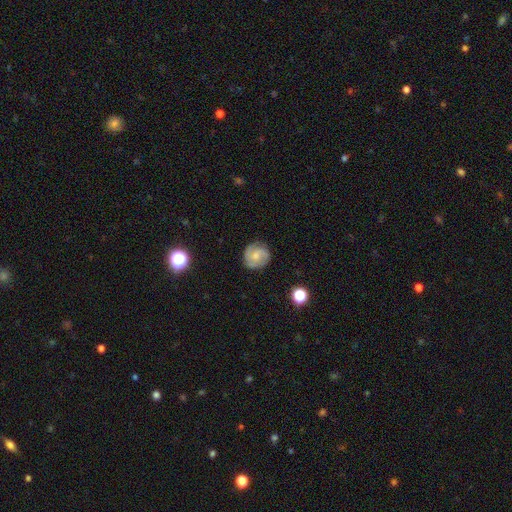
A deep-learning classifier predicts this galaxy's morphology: featured or disk 57%, smooth 34%, star or artifact 8%. Down the decision tree: edge-on disk — no (98%); bar — no (66%); spiral arms — yes (90%); spiral arm count — 2 (45%); spiral winding — tight (48%); bulge size — small (48%); merging — none (77%).